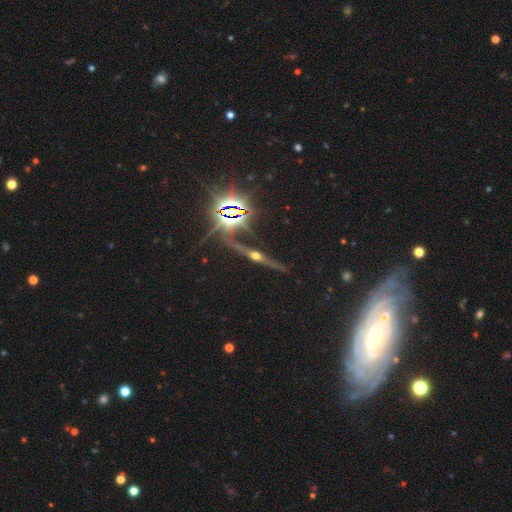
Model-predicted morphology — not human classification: Overall: featured or disk (63%; star or artifact 25%). Edge-on disk: yes (90%). Edge-on bulge: rounded (91%). Merging: none (79%).